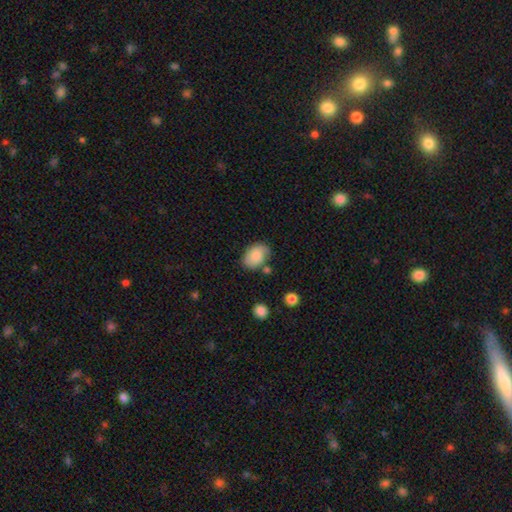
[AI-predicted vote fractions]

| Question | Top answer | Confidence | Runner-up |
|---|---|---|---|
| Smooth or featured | smooth | 81% | featured or disk (12%) |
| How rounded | in between | 84% | round (15%) |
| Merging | none | 72% | minor disturbance (19%) |